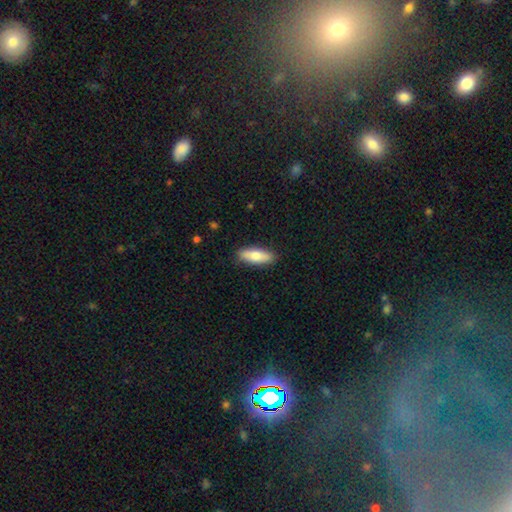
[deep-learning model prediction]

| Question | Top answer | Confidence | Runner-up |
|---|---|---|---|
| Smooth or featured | smooth | 74% | featured or disk (21%) |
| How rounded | in between | 59% | cigar-shaped (38%) |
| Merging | none | 88% | minor disturbance (10%) |